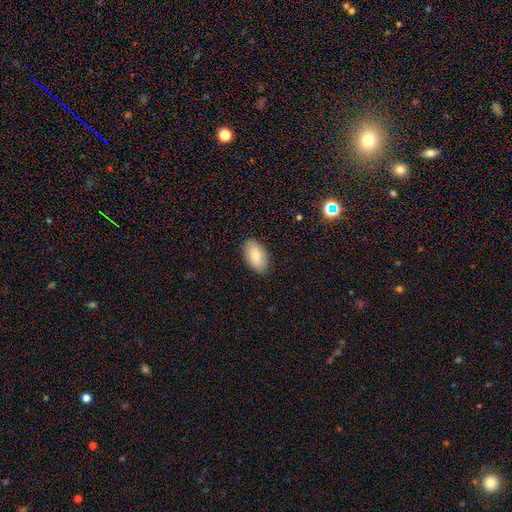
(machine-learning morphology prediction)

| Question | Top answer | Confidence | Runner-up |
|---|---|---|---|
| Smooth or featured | smooth | 78% | featured or disk (15%) |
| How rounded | in between | 94% | round (4%) |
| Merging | none | 88% | minor disturbance (9%) |